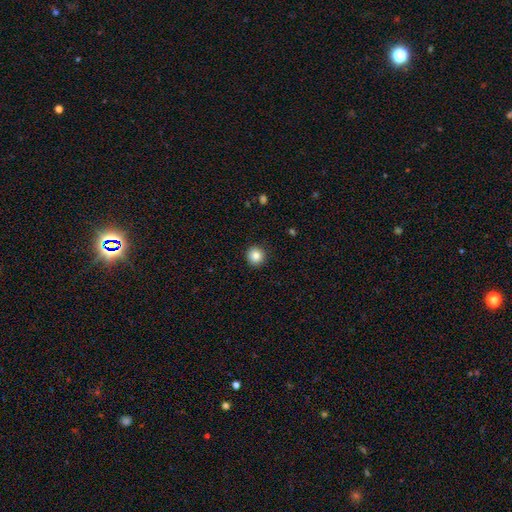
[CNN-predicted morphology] A smooth galaxy with no disk features (86%) that is round (93%).

Vote fractions:
- Smooth or featured? smooth: 86% / star or artifact: 10% / featured or disk: 5%
- How rounded? round: 93% / in between: 6% / cigar-shaped: 1%
- Merging? none: 92% / minor disturbance: 6% / major disturbance: 2% / merger: 1%